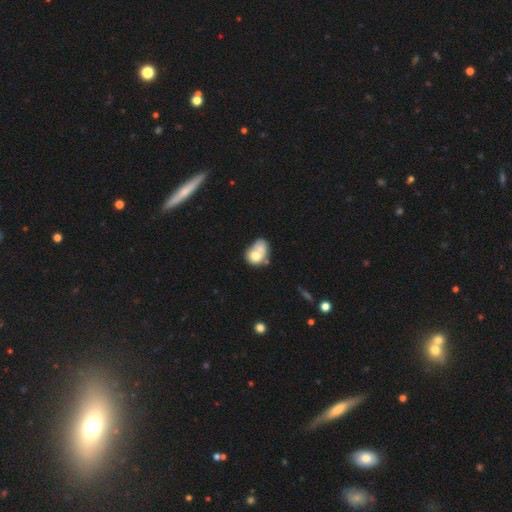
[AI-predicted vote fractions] This appears to be a smooth galaxy with no disk features (64%) that is in between round and cigar-shaped (62%). Merging: merger (48%).